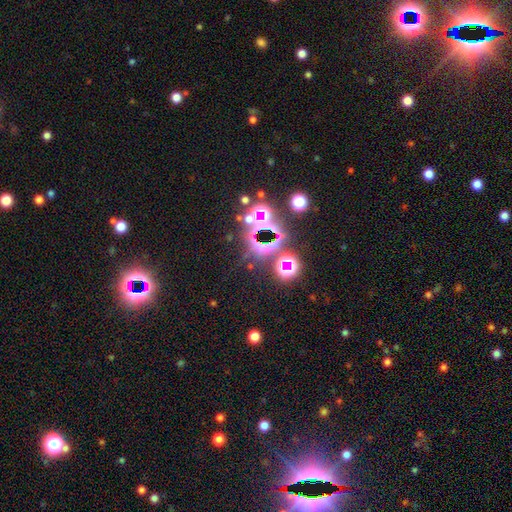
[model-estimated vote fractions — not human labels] Overall: star or artifact (82%).